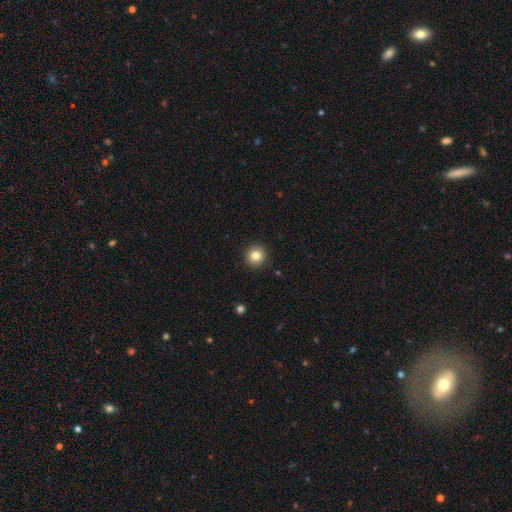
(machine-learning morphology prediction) This appears to be a smooth galaxy with no disk features (84%) that is round (93%). Merging: none (92%).